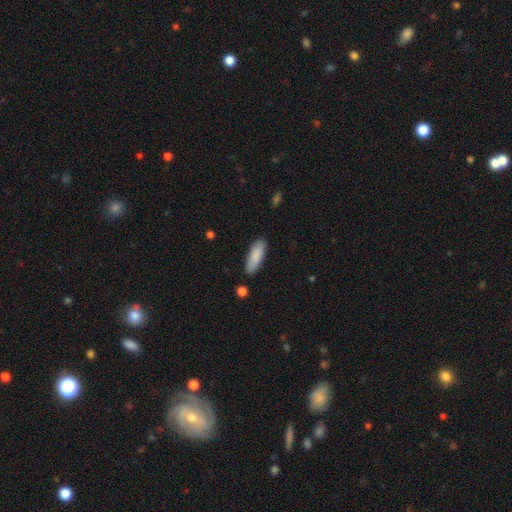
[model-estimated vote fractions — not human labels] Smooth or featured? smooth (87%)
How rounded? in between (57%)
Merging? none (85%)